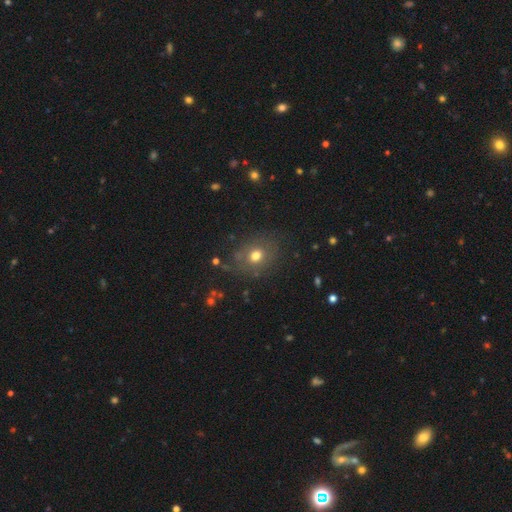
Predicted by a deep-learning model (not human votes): The model was most divided on "how rounded": round: 64%, in between: 35%, cigar-shaped: 1%. More confident: merging — none (77%); smooth or featured — smooth (69%).